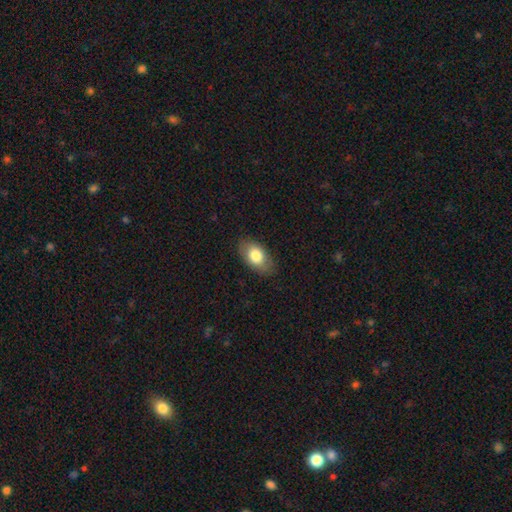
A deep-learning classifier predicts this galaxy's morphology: Smooth or featured: smooth — 77% (featured or disk — 17%)
How rounded: in between — 91% (round — 7%)
Merging: none — 82% (minor disturbance — 14%)